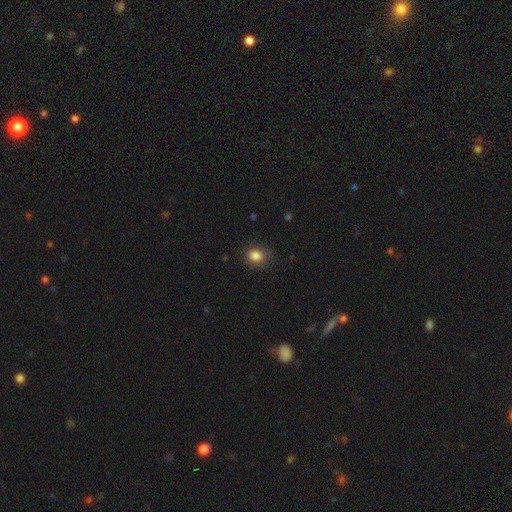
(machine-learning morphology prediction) Smooth or featured? Predicted: smooth (p=0.85). How rounded? Predicted: round (p=0.56). Merging? Predicted: none (p=0.80).